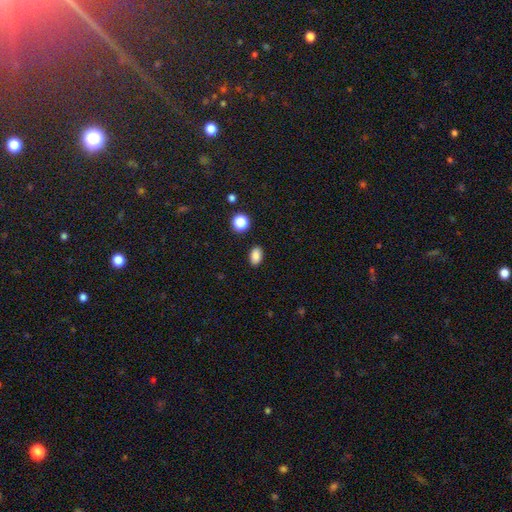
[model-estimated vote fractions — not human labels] Smooth or featured? smooth (86%)
How rounded? in between (87%)
Merging? none (88%)